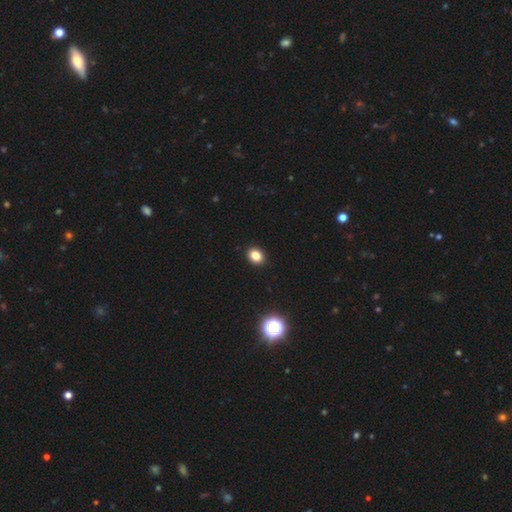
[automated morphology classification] smooth 83%, star or artifact 12%, featured or disk 5%. Down the decision tree: how rounded — in between (51%); merging — none (92%).